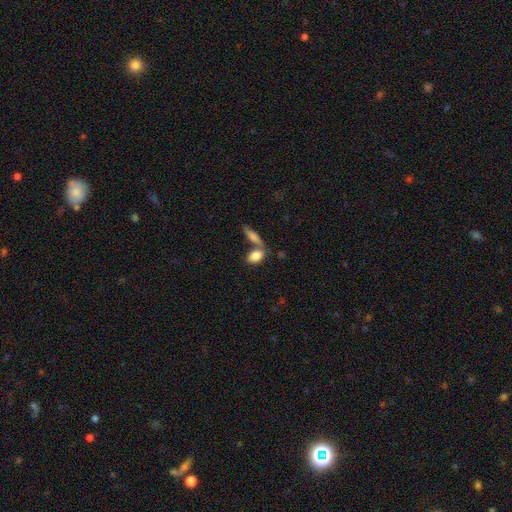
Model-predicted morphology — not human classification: Smooth or featured? smooth (82%)
How rounded? in between (86%)
Merging? none (48%)